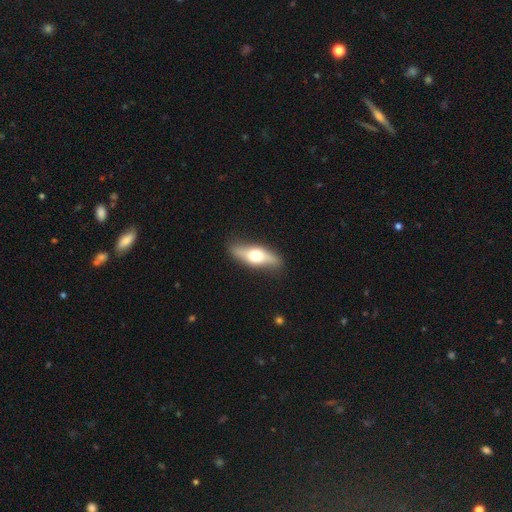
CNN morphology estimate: type=featured or disk (51%); edge-on=yes (77%); merging=none (84%).